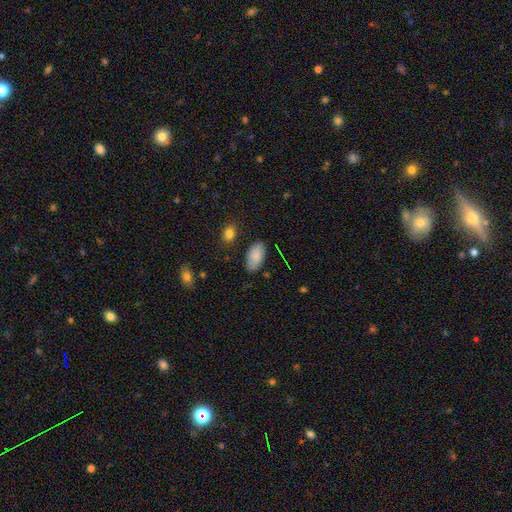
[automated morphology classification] A smooth galaxy with no disk features (86%) that is in between round and cigar-shaped (94%). Merging: none (81%).